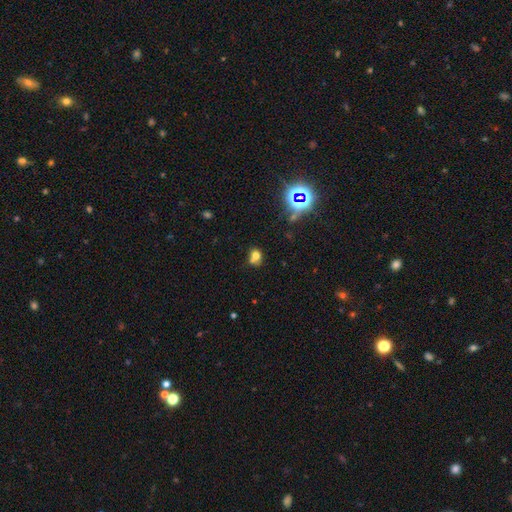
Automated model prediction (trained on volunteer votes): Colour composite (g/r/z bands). It shows a smooth galaxy with no disk features (65%) that is round (62%). Merging: none (47%).